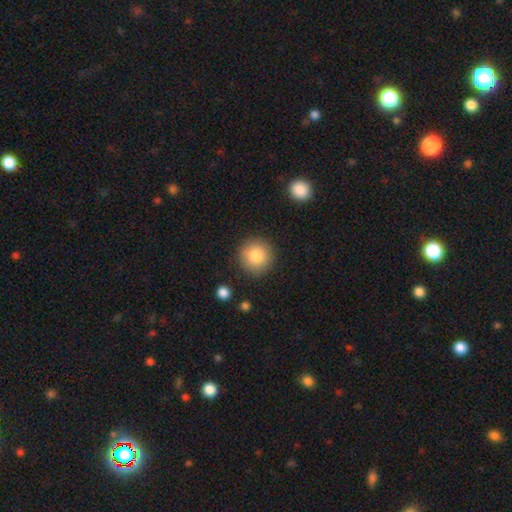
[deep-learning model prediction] Smooth or featured: smooth — 84% (star or artifact — 8%)
How rounded: round — 94% (in between — 5%)
Merging: none — 88% (minor disturbance — 8%)